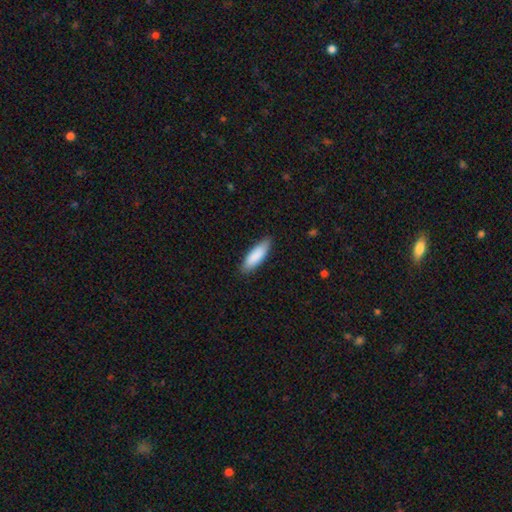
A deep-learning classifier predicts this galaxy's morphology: type=smooth (88%); roundness=in between (54%); merging=none (85%).